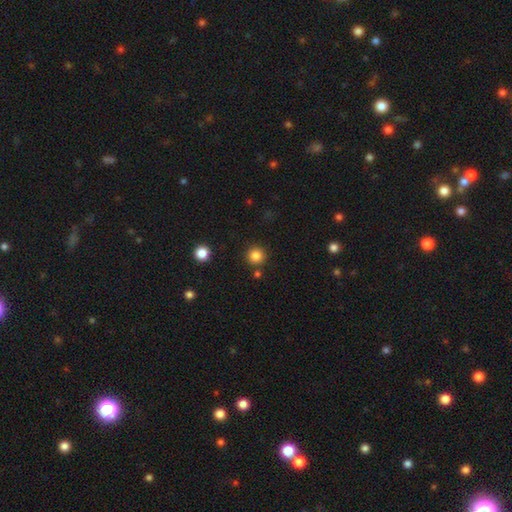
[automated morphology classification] This is clearly a smooth galaxy (84%). How rounded: clearly round (95%). Merging: clearly none (87%).